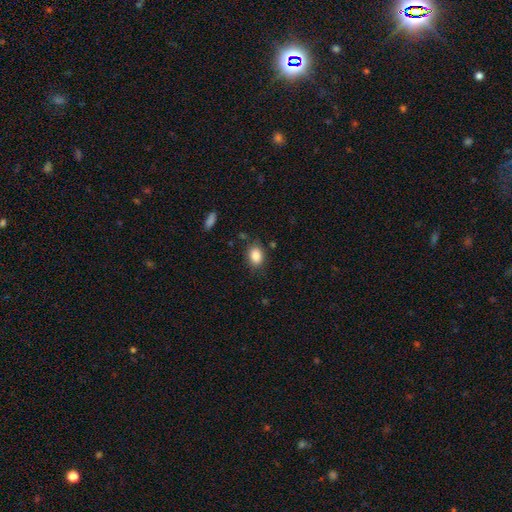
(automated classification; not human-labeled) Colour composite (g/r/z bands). It shows a smooth galaxy with no disk features (86%) that is in between round and cigar-shaped (73%). Merging: none (79%).